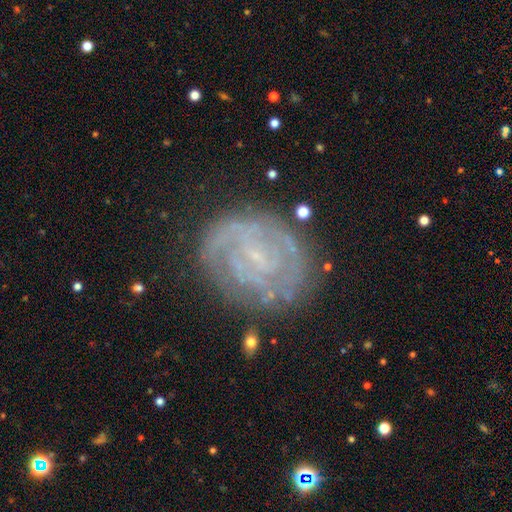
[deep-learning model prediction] The model was most divided on "bar": weak: 43%, no: 42%, strong: 15%. Remaining: edge-on disk — no (98%); spiral arms — yes (87%); smooth or featured — featured or disk (80%); merging — none (73%); bulge size — small (72%); spiral winding — tight (68%); spiral arm count — can't tell (37%).